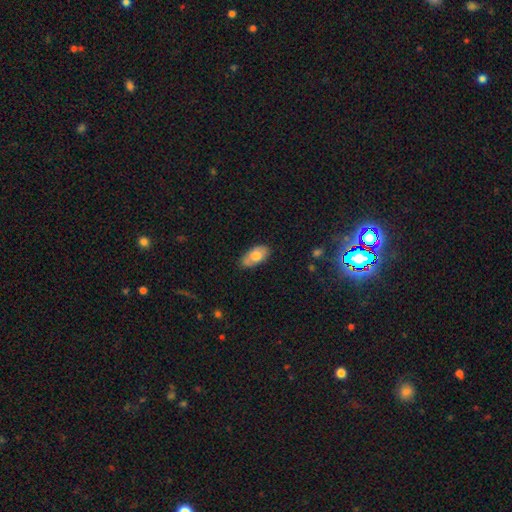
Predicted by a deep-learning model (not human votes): Smooth or featured?
  - smooth: 70% *
  - featured or disk: 24%
  - star or artifact: 7%
How rounded?
  - in between: 93% *
  - round: 4%
  - cigar-shaped: 3%
Merging?
  - none: 75% *
  - minor disturbance: 19%
  - major disturbance: 3%
  - merger: 2%